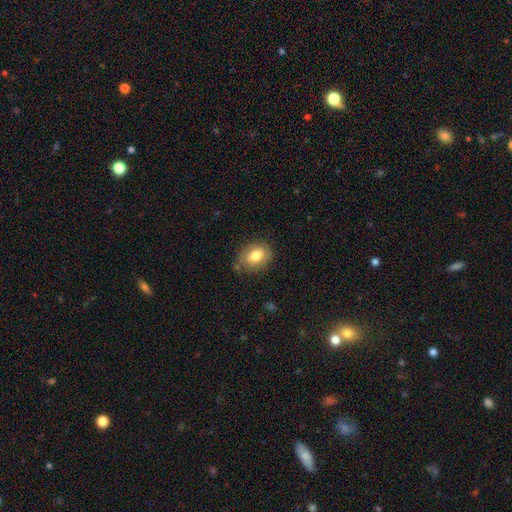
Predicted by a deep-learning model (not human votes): Q: Smooth or featured?
A: smooth (76%); runner-up: featured or disk (16%)
Q: How rounded?
A: in between (65%); runner-up: round (34%)
Q: Merging?
A: none (73%); runner-up: minor disturbance (20%)